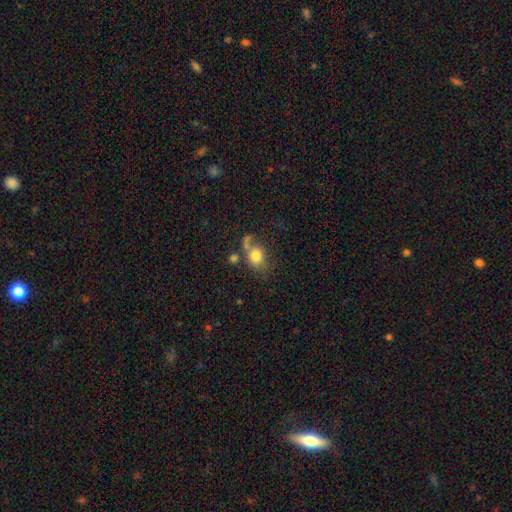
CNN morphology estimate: smooth_or_featured: smooth (p=0.75) [alt: featured or disk p=0.15]
how_rounded: round (p=0.52) [alt: in between p=0.46]
merging: none (p=0.43) [alt: merger p=0.23]